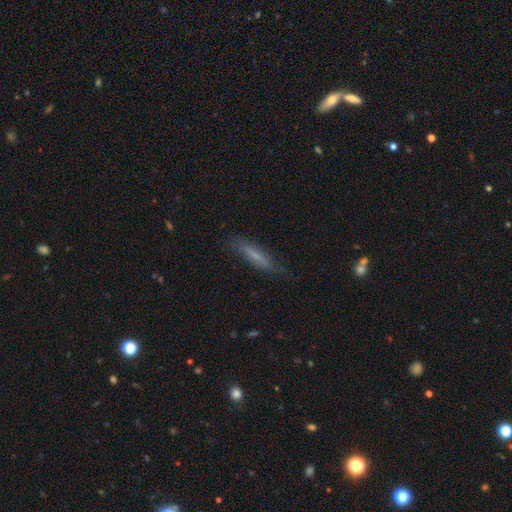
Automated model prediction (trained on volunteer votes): smooth-or-featured: smooth: 60% | featured or disk: 32% | star or artifact: 9%
  how-rounded: cigar-shaped: 82% | in between: 16% | round: 2%
  merging: none: 76% | minor disturbance: 17% | major disturbance: 5% | merger: 2%